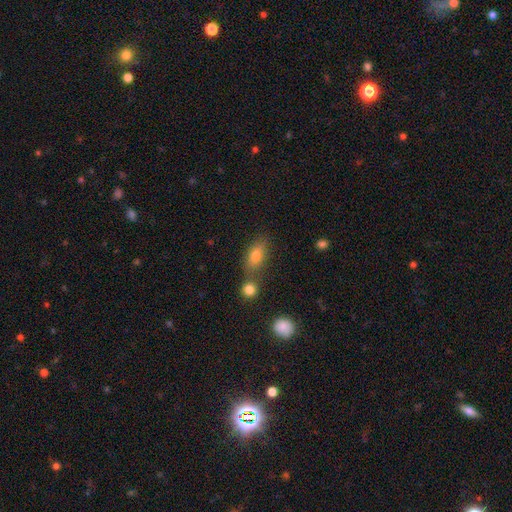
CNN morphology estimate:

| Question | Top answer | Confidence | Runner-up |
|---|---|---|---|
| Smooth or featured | smooth | 76% | featured or disk (14%) |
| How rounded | in between | 78% | cigar-shaped (13%) |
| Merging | none | 63% | merger (20%) |